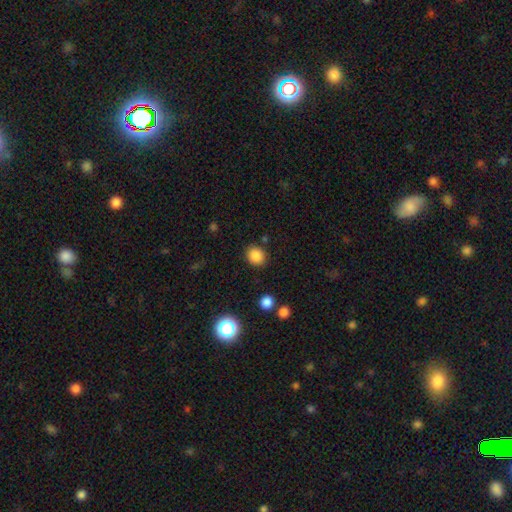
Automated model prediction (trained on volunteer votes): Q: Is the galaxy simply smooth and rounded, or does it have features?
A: smooth — 85%.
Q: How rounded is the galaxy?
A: round — 72%.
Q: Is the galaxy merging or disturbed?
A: none — 85%.